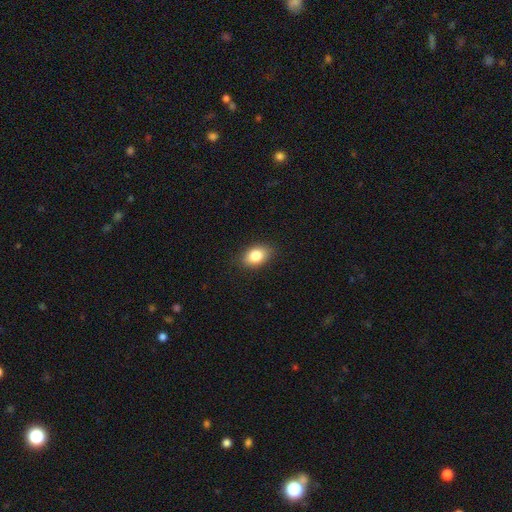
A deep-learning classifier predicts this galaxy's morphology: The model was most divided on "how rounded": in between: 84%, round: 15%, cigar-shaped: 2%. More confident: merging — none (88%); smooth or featured — smooth (82%).